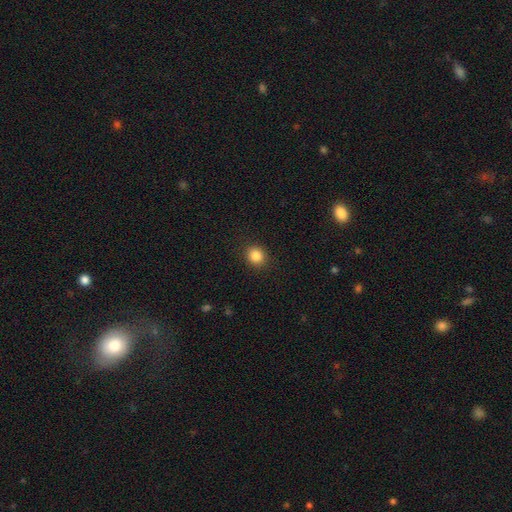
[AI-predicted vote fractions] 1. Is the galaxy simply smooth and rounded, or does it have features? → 85% smooth, 10% star or artifact, 4% featured or disk.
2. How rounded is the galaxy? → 80% round, 19% in between, 1% cigar-shaped.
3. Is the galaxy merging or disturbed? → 91% none, 6% minor disturbance, 2% major disturbance, 1% merger.